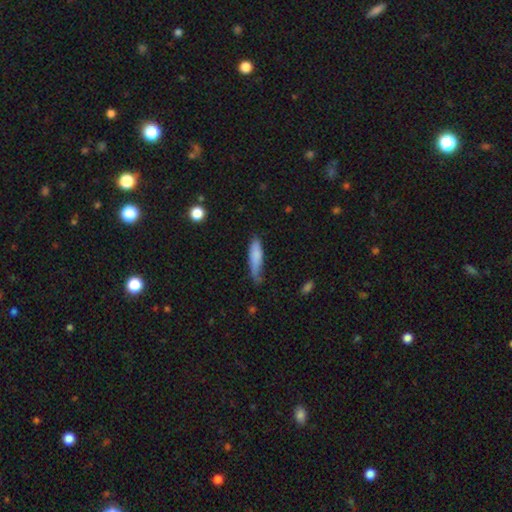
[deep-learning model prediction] This is likely a smooth galaxy (78%). How rounded: likely cigar-shaped (71%). Merging: possibly none (51%).